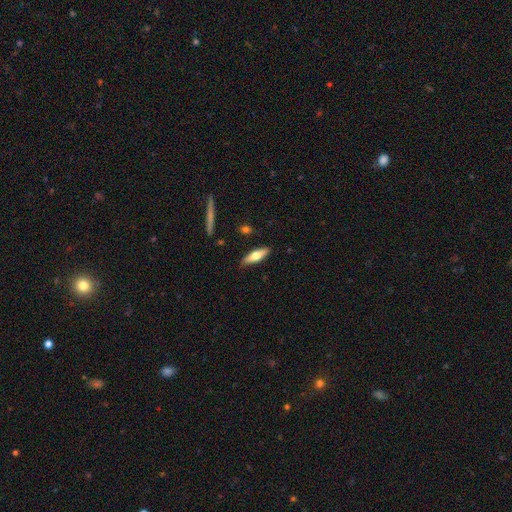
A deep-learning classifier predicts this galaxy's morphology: This is possibly a smooth galaxy (59%). How rounded: possibly cigar-shaped (56%). Merging: clearly none (86%).